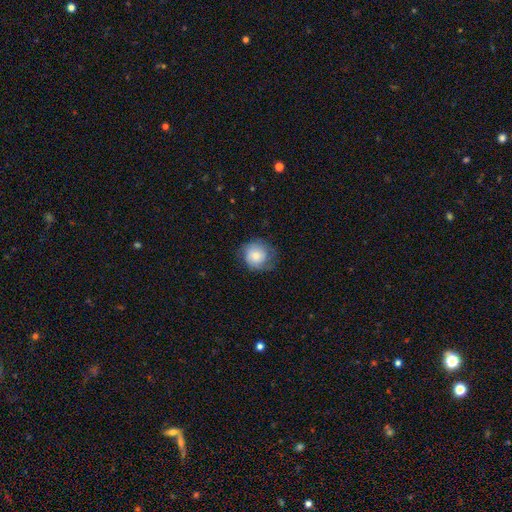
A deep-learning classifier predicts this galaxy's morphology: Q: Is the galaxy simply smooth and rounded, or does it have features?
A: smooth — 68%.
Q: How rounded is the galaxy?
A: round — 85%.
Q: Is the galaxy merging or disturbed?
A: none — 65%.